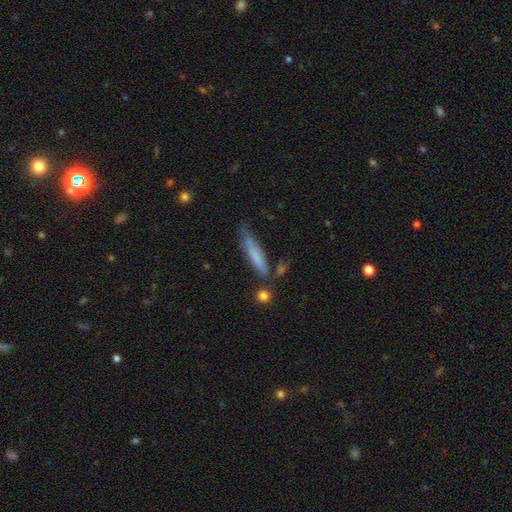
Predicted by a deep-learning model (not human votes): smooth-or-featured: smooth: 68% | featured or disk: 25% | star or artifact: 7%
  how-rounded: cigar-shaped: 88% | in between: 10% | round: 2%
  merging: none: 62% | minor disturbance: 24% | merger: 7% | major disturbance: 7%